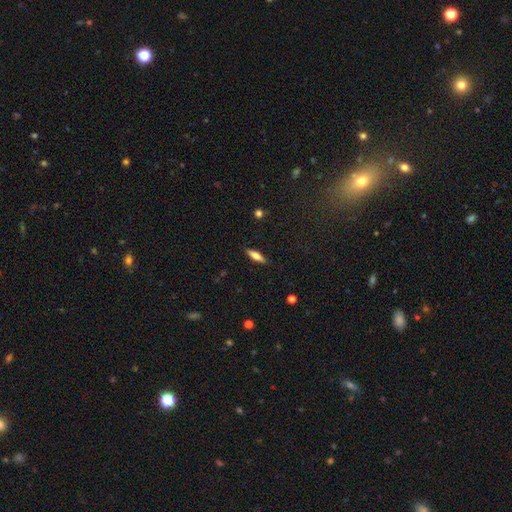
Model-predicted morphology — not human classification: smooth_or_featured: smooth (p=0.61) [alt: featured or disk p=0.32]
how_rounded: cigar-shaped (p=0.61) [alt: in between p=0.37]
merging: none (p=0.88) [alt: minor disturbance p=0.08]